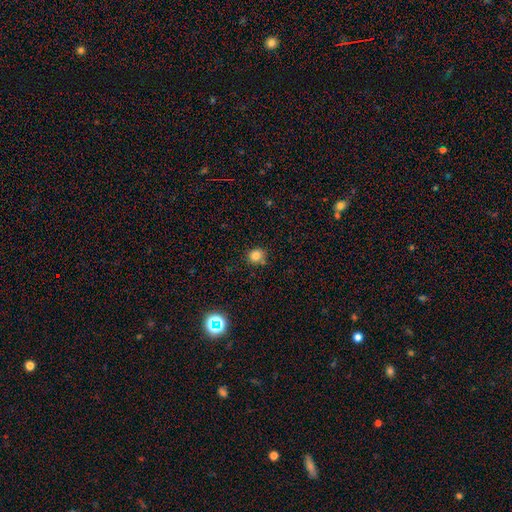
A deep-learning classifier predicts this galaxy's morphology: smooth 81%, star or artifact 14%, featured or disk 5%. Down the decision tree: how rounded — round (81%); merging — none (76%).